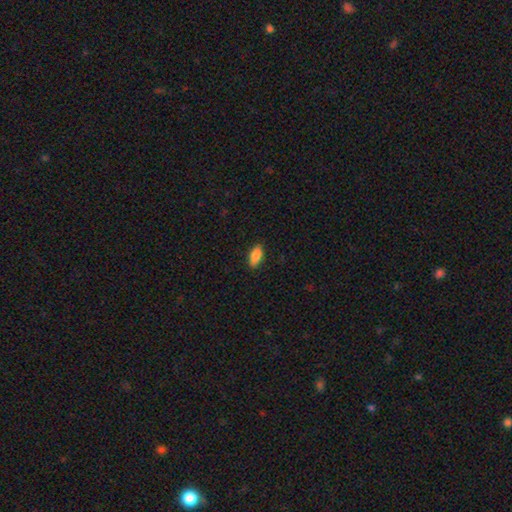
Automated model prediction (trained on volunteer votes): smooth 84%, featured or disk 9%, star or artifact 7%. Down the decision tree: how rounded — in between (89%); merging — none (88%).